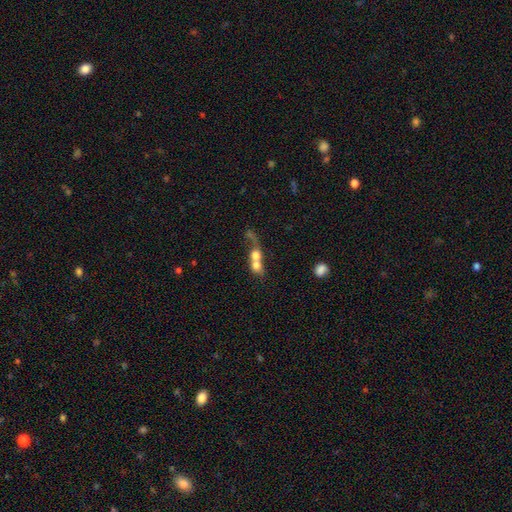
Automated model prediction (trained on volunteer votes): smooth 63%, featured or disk 26%, star or artifact 10%. Down the decision tree: how rounded — round (61%); merging — merger (78%).